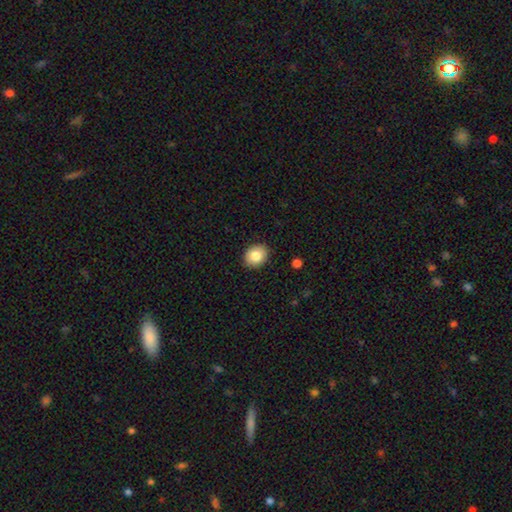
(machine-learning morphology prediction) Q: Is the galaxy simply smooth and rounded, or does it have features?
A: smooth — 83%.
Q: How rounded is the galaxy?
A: in between — 54%.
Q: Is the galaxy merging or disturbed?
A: none — 89%.